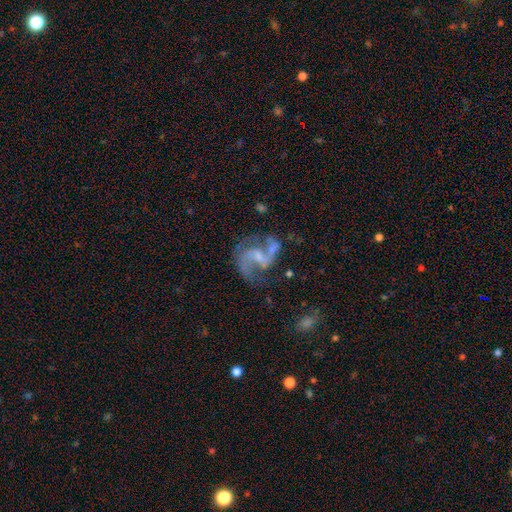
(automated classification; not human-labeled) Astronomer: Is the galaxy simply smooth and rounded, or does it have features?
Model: featured or disk — 85%.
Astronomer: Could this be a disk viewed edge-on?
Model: no — 98%.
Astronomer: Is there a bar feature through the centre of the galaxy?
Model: weak — 48% (runner-up: no, 34%).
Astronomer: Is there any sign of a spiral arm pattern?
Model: yes — 94%.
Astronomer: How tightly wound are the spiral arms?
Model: medium — 46% (runner-up: loose, 45%).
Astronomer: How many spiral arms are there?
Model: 2 — 85%.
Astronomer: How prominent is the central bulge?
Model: small — 48% (runner-up: none, 24%).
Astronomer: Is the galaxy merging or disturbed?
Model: none — 50%.